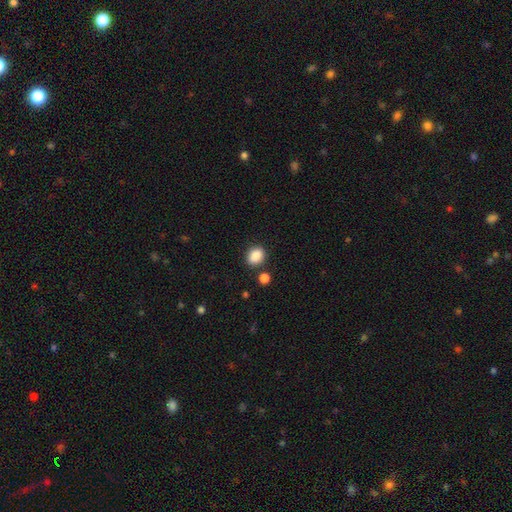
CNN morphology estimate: Overall: smooth (87%). How rounded: in between (55%; round 44%). Merging: none (79%).